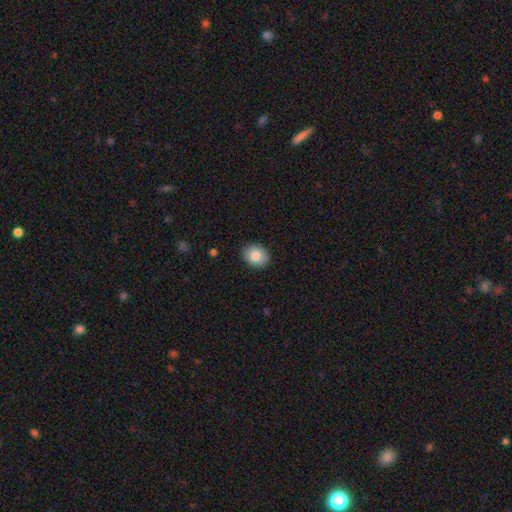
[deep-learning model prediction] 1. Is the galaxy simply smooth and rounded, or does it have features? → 84% smooth, 8% featured or disk, 8% star or artifact.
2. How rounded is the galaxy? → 51% in between, 48% round, 1% cigar-shaped.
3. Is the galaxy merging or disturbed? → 90% none, 8% minor disturbance, 2% major disturbance, 1% merger.